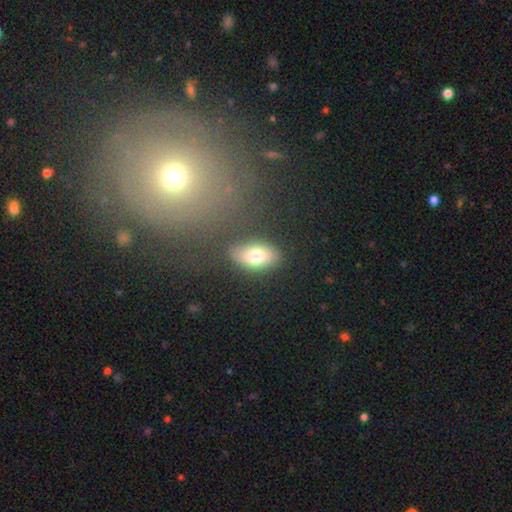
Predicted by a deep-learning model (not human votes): The model was most divided on "smooth or featured": smooth: 74%, featured or disk: 16%, star or artifact: 10%. More confident: how rounded — in between (87%); merging — none (79%).